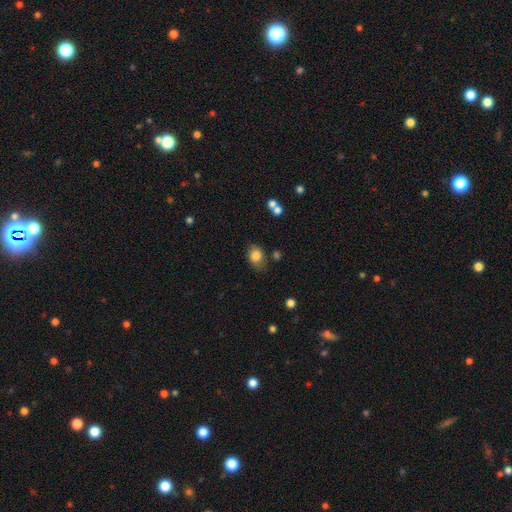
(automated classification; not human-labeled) Smooth or featured: smooth — 81% (featured or disk — 10%)
How rounded: in between — 70% (round — 29%)
Merging: none — 70% (minor disturbance — 20%)